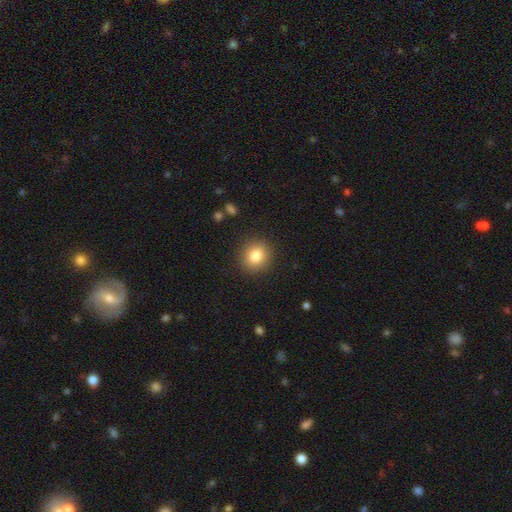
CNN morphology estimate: Smooth or featured? Predicted: smooth (p=0.82). How rounded? Predicted: round (p=0.81). Merging? Predicted: none (p=0.89).